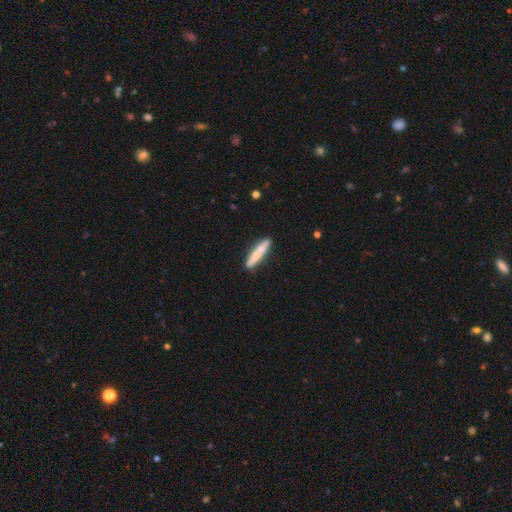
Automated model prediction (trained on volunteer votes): Smooth or featured?
  - smooth: 59% *
  - featured or disk: 35%
  - star or artifact: 6%
How rounded?
  - cigar-shaped: 92% *
  - in between: 7%
  - round: 1%
Merging?
  - none: 82% *
  - minor disturbance: 12%
  - merger: 4%
  - major disturbance: 2%